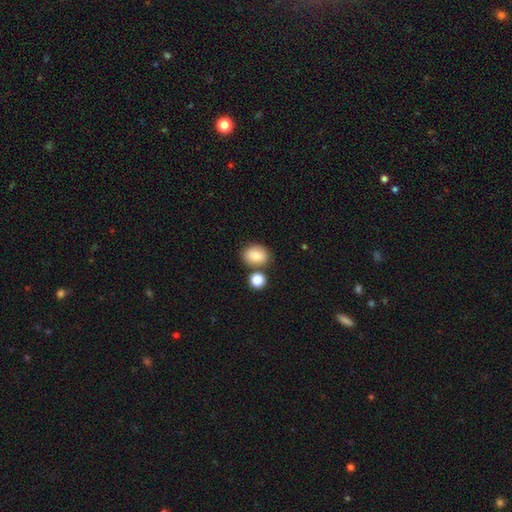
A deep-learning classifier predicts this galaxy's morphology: Smooth or featured: smooth — 82% (star or artifact — 9%)
How rounded: in between — 55% (round — 43%)
Merging: none — 72% (merger — 14%)